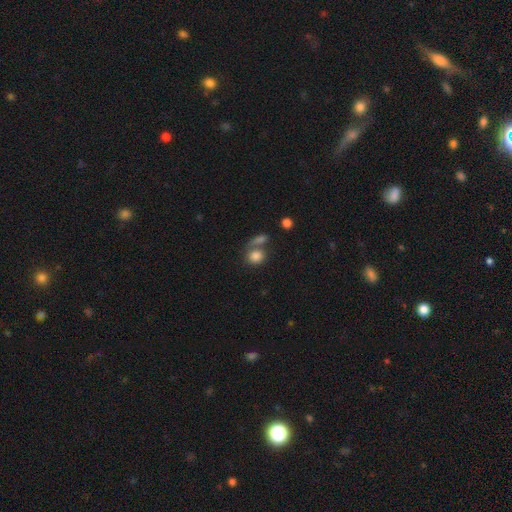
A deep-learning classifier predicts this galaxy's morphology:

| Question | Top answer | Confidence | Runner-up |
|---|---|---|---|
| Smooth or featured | smooth | 82% | star or artifact (10%) |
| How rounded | round | 71% | in between (27%) |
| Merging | none | 46% | merger (36%) |